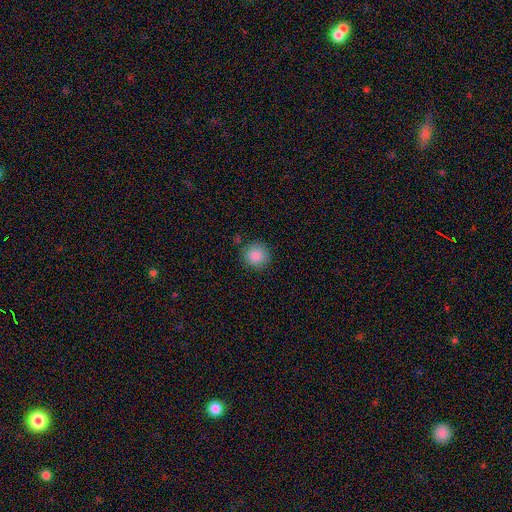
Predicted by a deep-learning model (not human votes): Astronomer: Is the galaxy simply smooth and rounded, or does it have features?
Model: smooth — 87%.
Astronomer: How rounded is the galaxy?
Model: round — 93%.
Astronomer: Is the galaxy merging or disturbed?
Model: none — 86%.